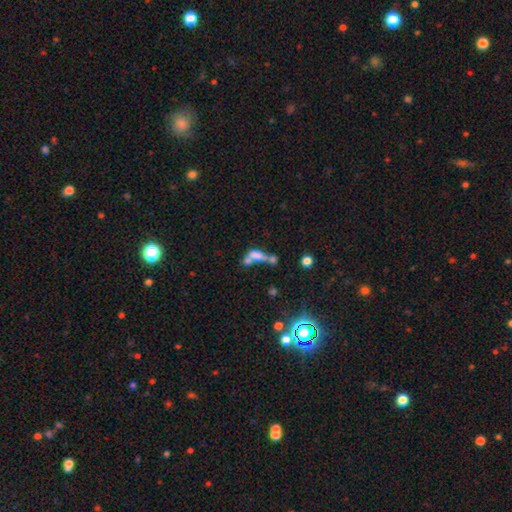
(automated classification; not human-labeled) Q: Smooth or featured?
A: smooth (53%); runner-up: featured or disk (29%)
Q: How rounded?
A: in between (64%); runner-up: cigar-shaped (25%)
Q: Merging?
A: merger (59%); runner-up: none (17%)